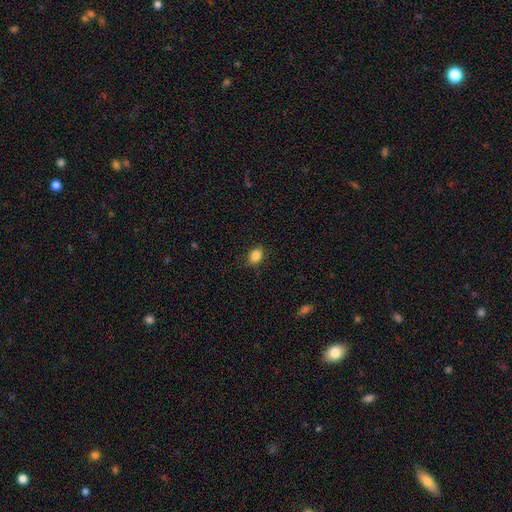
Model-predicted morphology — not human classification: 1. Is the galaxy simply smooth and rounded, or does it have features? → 85% smooth, 9% star or artifact, 5% featured or disk.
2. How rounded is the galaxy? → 70% in between, 28% round, 2% cigar-shaped.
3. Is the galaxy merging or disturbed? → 84% none, 13% minor disturbance, 3% major disturbance, 1% merger.